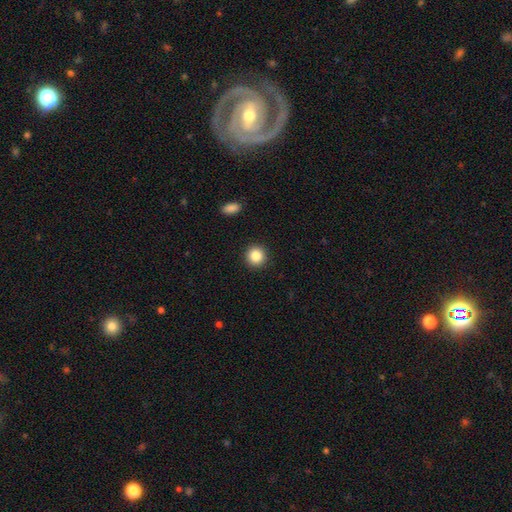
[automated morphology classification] Q: Smooth or featured?
A: smooth (86%); runner-up: star or artifact (10%)
Q: How rounded?
A: round (93%); runner-up: in between (6%)
Q: Merging?
A: none (92%); runner-up: minor disturbance (5%)